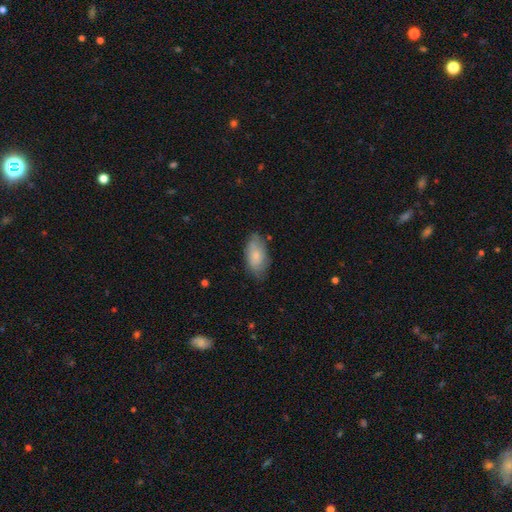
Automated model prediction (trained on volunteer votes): smooth-or-featured: smooth: 74% | featured or disk: 20% | star or artifact: 6%
  how-rounded: in between: 93% | cigar-shaped: 4% | round: 3%
  merging: none: 72% | minor disturbance: 22% | major disturbance: 5% | merger: 1%